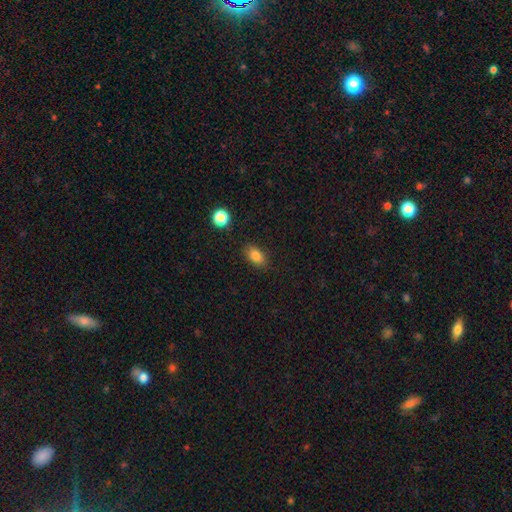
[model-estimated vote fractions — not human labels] Smooth or featured?
  - smooth: 84% *
  - star or artifact: 10%
  - featured or disk: 6%
How rounded?
  - in between: 86% *
  - round: 11%
  - cigar-shaped: 3%
Merging?
  - none: 85% *
  - minor disturbance: 11%
  - major disturbance: 3%
  - merger: 2%